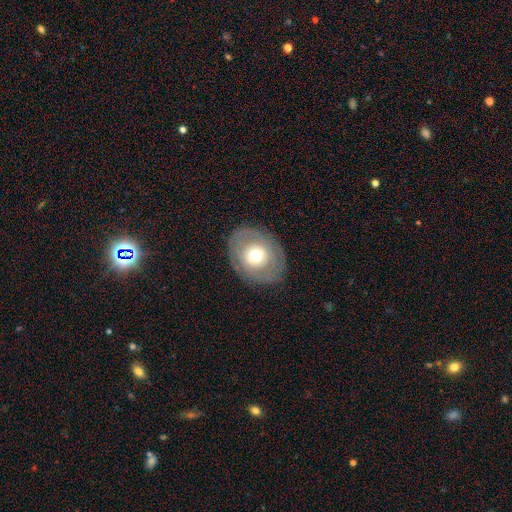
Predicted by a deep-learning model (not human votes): This is possibly a smooth galaxy (53%). How rounded: possibly round (51%). Merging: clearly none (84%).